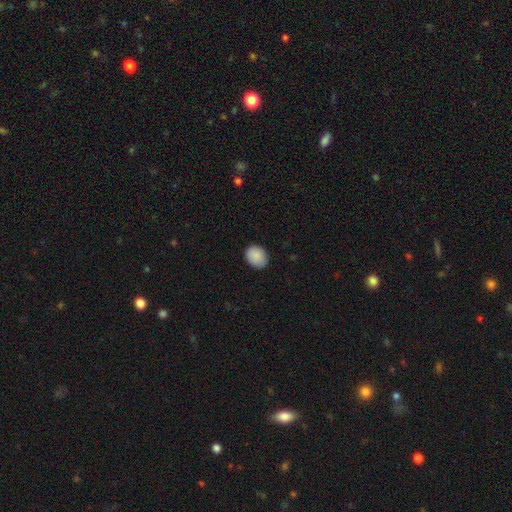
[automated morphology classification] Smooth or featured: smooth — 88% (star or artifact — 7%)
How rounded: round — 56% (in between — 43%)
Merging: none — 87% (minor disturbance — 10%)